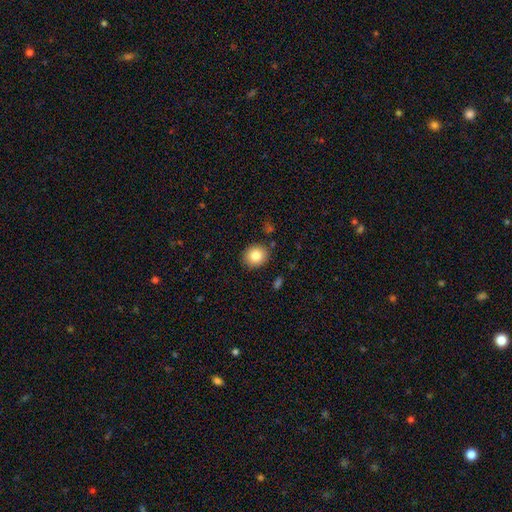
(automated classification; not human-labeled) smooth 83%, star or artifact 9%, featured or disk 8%. Down the decision tree: how rounded — round (73%); merging — none (88%).